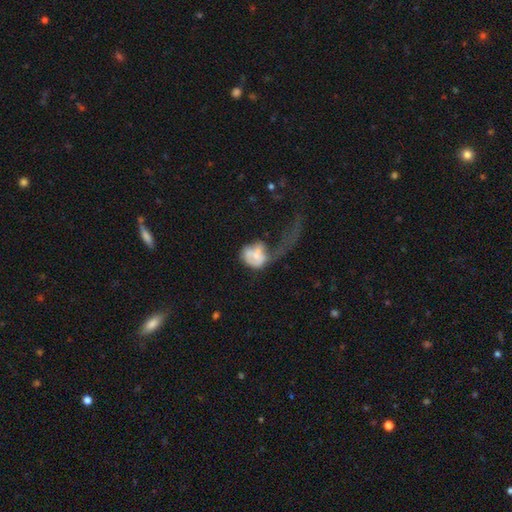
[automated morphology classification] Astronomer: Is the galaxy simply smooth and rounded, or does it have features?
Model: smooth — 52% (runner-up: featured or disk, 40%).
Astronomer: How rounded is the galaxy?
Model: round — 55% (runner-up: in between, 43%).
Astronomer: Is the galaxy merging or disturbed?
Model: major disturbance — 61%.